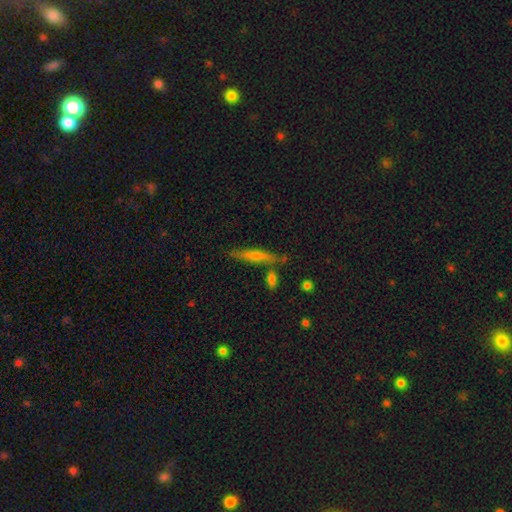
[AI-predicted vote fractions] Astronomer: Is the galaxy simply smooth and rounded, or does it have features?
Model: smooth — 51% (runner-up: featured or disk, 42%).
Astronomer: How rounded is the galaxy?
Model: cigar-shaped — 89%.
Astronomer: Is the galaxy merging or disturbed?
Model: none — 77%.